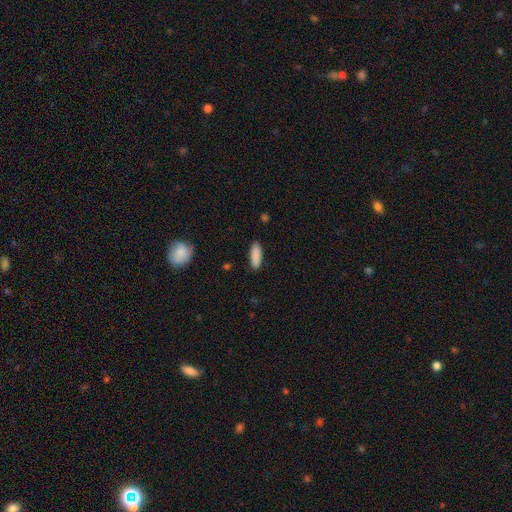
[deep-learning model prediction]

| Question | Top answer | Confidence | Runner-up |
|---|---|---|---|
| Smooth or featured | smooth | 89% | star or artifact (6%) |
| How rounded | in between | 61% | cigar-shaped (37%) |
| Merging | none | 88% | minor disturbance (9%) |